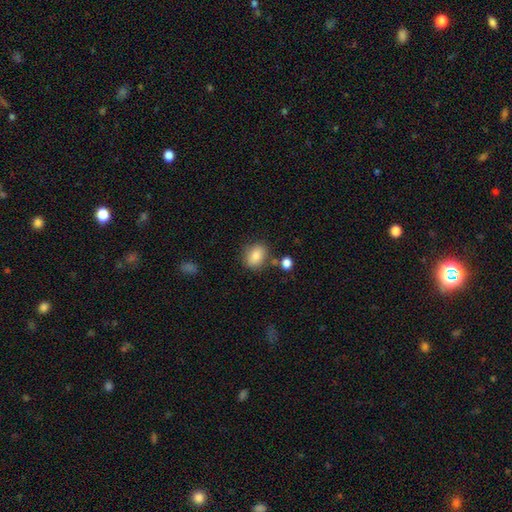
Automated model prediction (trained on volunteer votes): A smooth galaxy with no disk features (83%) that is in between round and cigar-shaped (61%). Merging: none (76%).